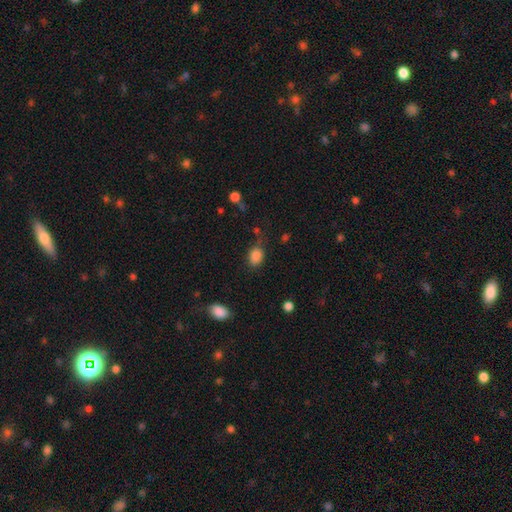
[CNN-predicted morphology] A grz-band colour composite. It shows a smooth galaxy with no disk features (85%) that is in between round and cigar-shaped (69%). Merging: none (64%).